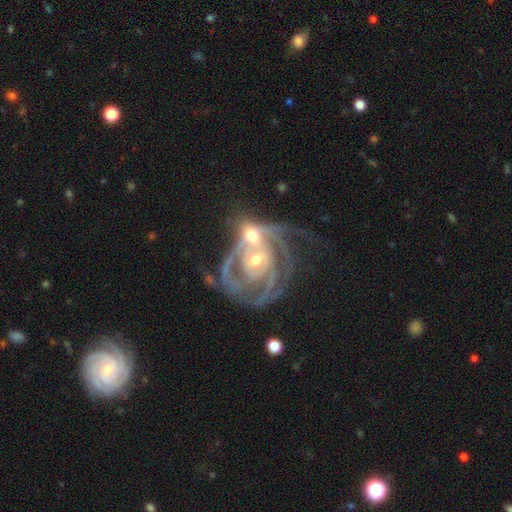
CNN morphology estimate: Smooth or featured?
  - featured or disk: 88% *
  - star or artifact: 6%
  - smooth: 6%
Edge-on disk?
  - no: 97% *
  - yes: 3%
Bar?
  - no: 62% *
  - weak: 27%
  - strong: 11%
Spiral arms?
  - yes: 94% *
  - no: 6%
Spiral winding?
  - tight: 62% *
  - medium: 30%
  - loose: 8%
Spiral arm count?
  - 2: 36% *
  - can't tell: 27%
  - 3: 20%
  - 1: 6%
  - 4: 6%
  - more than 4: 5%
Bulge size?
  - moderate: 49% *
  - small: 45%
  - large: 3%
  - none: 2%
  - dominant: 1%
Merging?
  - merger: 58% *
  - none: 21%
  - major disturbance: 12%
  - minor disturbance: 9%